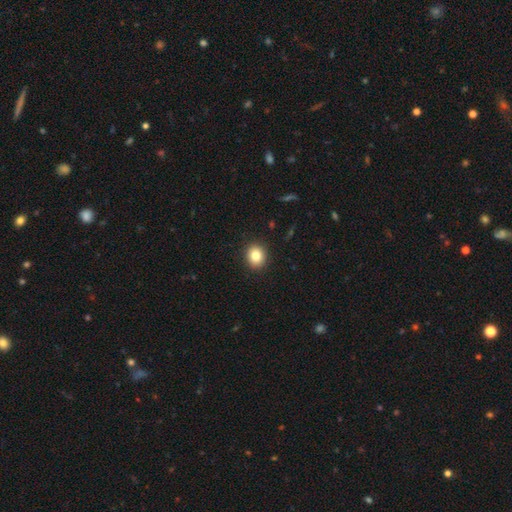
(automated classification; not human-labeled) Smooth or featured? smooth (83%)
How rounded? round (69%)
Merging? none (91%)